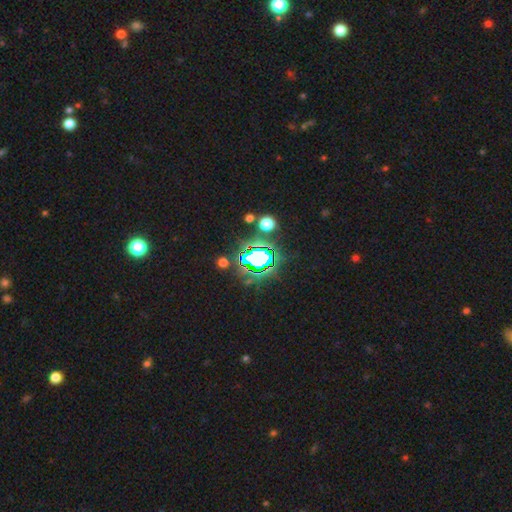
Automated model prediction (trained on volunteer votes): This appears to be a star or artifact, not a galaxy (70%).